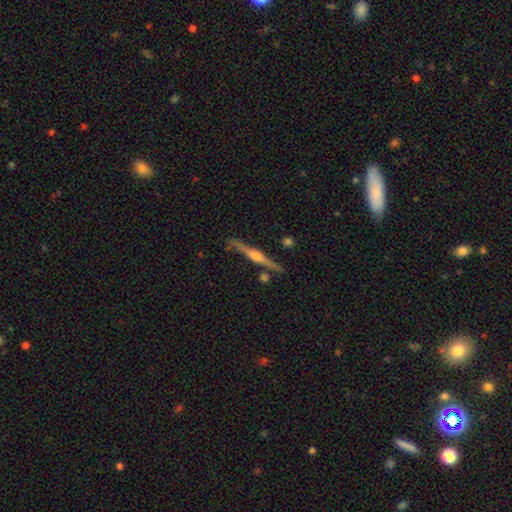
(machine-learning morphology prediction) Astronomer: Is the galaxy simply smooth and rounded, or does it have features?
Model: featured or disk — 81%.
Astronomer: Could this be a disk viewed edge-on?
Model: yes — 98%.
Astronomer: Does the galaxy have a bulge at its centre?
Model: rounded — 90%.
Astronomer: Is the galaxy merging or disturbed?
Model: none — 85%.